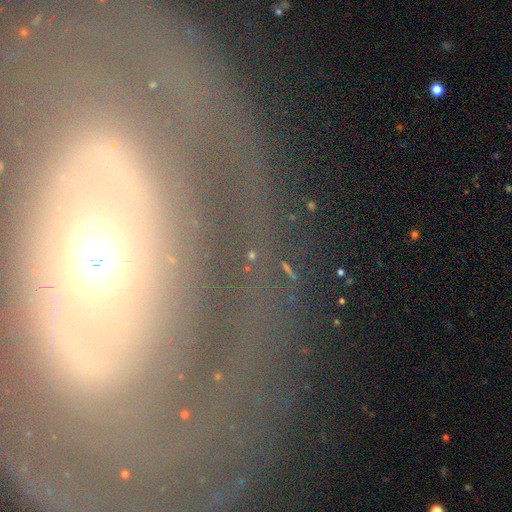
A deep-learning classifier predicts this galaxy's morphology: smooth_or_featured: featured or disk (p=0.67) [alt: star or artifact p=0.18]
disk_edge_on: no (p=0.83) [alt: yes p=0.17]
bar: no (p=0.43) [alt: strong p=0.33]
has_spiral_arms: yes (p=0.64) [alt: no p=0.36]
bulge_size: moderate (p=0.58) [alt: small p=0.21]
merging: none (p=0.67) [alt: major disturbance p=0.15]